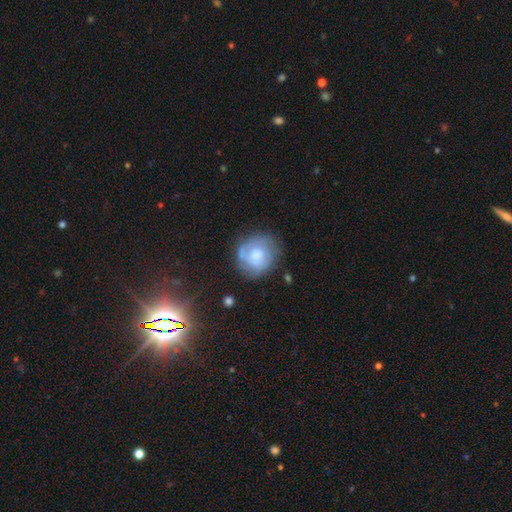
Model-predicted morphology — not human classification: Q: Smooth or featured?
A: featured or disk (49%); runner-up: smooth (44%)
Q: Merging?
A: none (61%); runner-up: minor disturbance (23%)